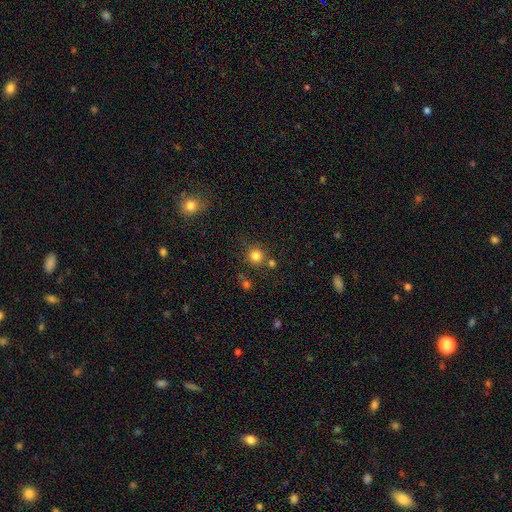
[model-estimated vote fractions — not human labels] smooth 81%, star or artifact 13%, featured or disk 6%. Down the decision tree: how rounded — round (92%); merging — none (73%).